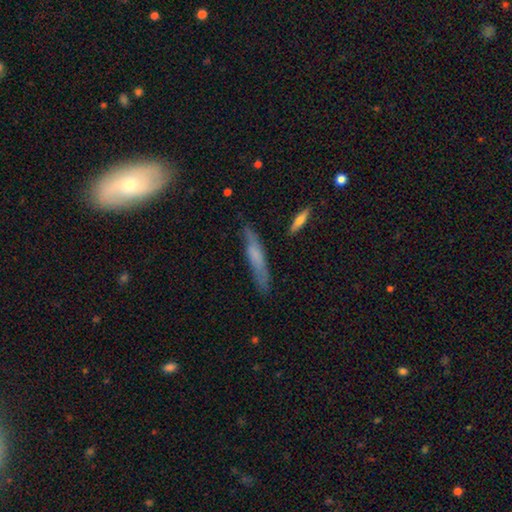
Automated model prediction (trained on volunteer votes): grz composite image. It shows a smooth galaxy with no disk features (53%) that is cigar-shaped (87%). Merging: none (73%).